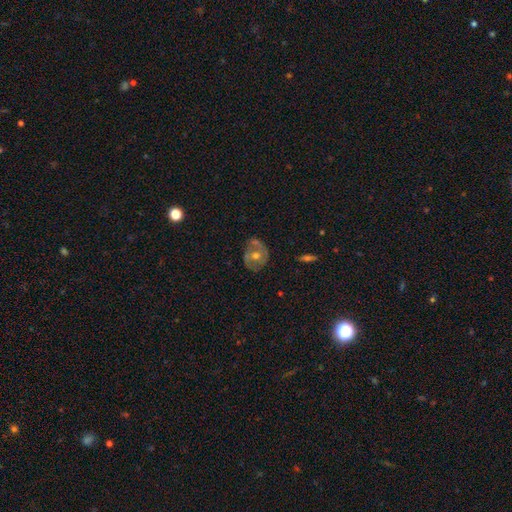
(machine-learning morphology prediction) Overall: featured or disk (63%; smooth 28%). Edge-on disk: no (95%). Bar: no (73%). Spiral arms: yes (55%; no 45%). Bulge size: moderate (72%). Merging: none (64%).